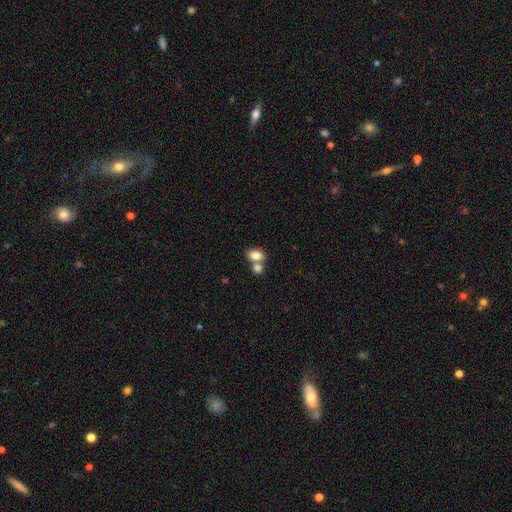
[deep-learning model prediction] smooth-or-featured: smooth: 82% | featured or disk: 9% | star or artifact: 9%
  how-rounded: in between: 74% | round: 24% | cigar-shaped: 1%
  merging: merger: 50% | none: 38% | minor disturbance: 9% | major disturbance: 3%